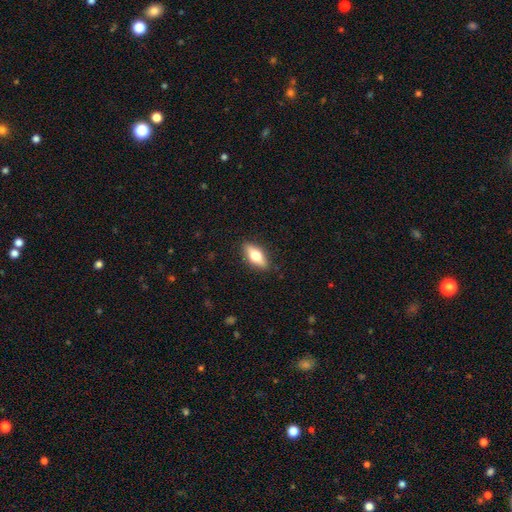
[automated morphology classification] smooth_or_featured: smooth (p=0.60) [alt: featured or disk p=0.33]
how_rounded: in between (p=0.73) [alt: cigar-shaped p=0.23]
merging: none (p=0.87) [alt: minor disturbance p=0.10]